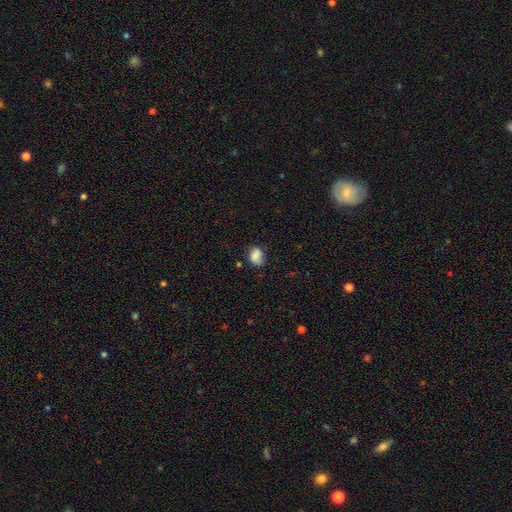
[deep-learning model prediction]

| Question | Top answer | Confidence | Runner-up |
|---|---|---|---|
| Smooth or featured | smooth | 76% | featured or disk (14%) |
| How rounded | in between | 54% | round (45%) |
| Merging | none | 65% | minor disturbance (26%) |